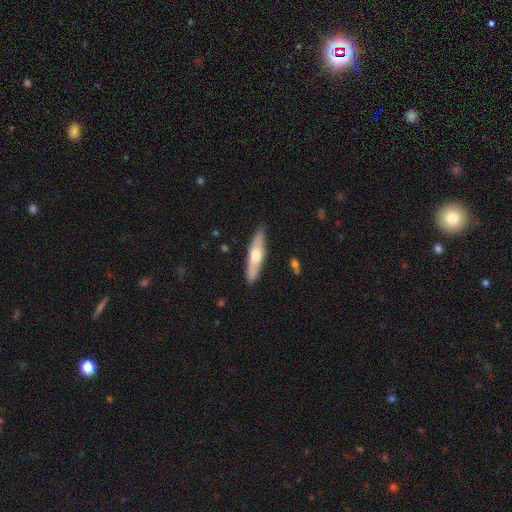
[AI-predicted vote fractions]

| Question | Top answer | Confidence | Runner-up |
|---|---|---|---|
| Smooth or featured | featured or disk | 48% | smooth (46%) |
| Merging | none | 88% | minor disturbance (9%) |